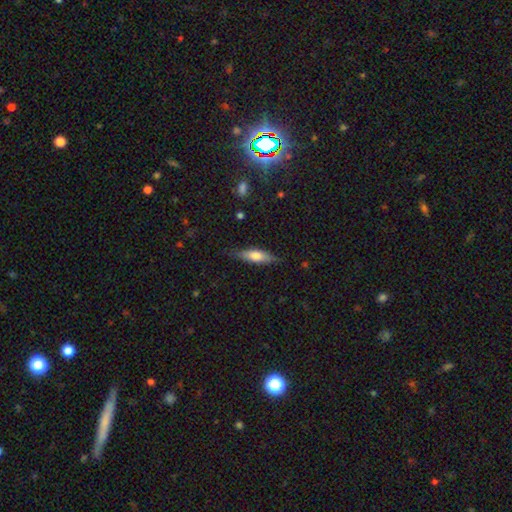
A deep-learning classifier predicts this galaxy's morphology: Q: Smooth or featured?
A: smooth (61%); runner-up: featured or disk (33%)
Q: How rounded?
A: cigar-shaped (57%); runner-up: in between (41%)
Q: Merging?
A: none (79%); runner-up: minor disturbance (16%)